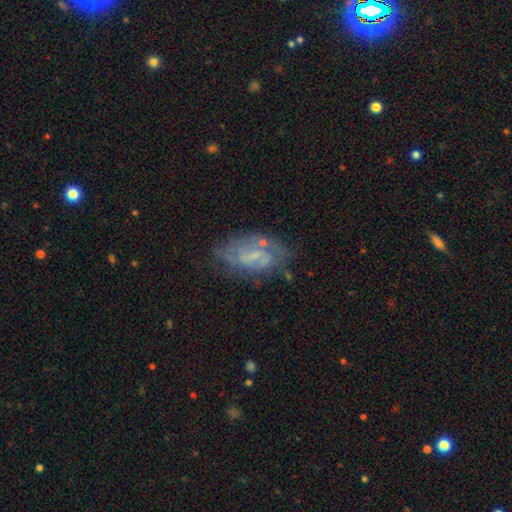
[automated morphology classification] Smooth or featured? featured or disk (71%)
Edge-on disk? no (95%)
Bar? weak (50%)
Spiral arms? yes (78%)
Spiral winding? medium (42%)
Spiral arm count? 2 (53%)
Bulge size? small (48%)
Merging? none (62%)